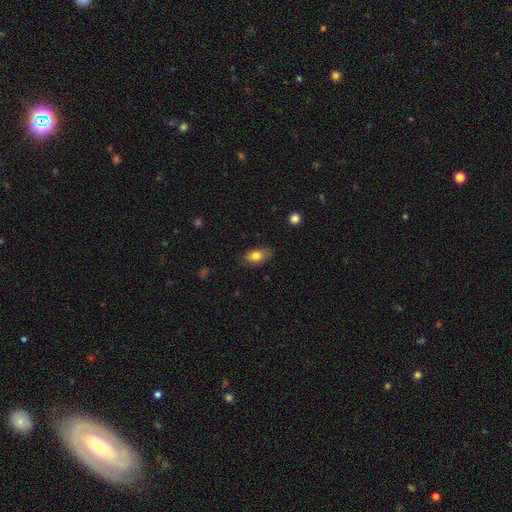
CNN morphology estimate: Smooth or featured? smooth (80%)
How rounded? in between (89%)
Merging? none (74%)